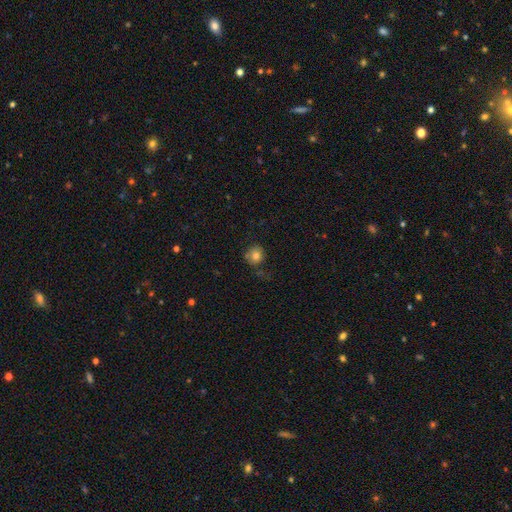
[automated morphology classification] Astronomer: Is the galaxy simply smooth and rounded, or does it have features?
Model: smooth — 79%.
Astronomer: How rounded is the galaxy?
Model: round — 83%.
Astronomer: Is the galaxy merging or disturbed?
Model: none — 69%.